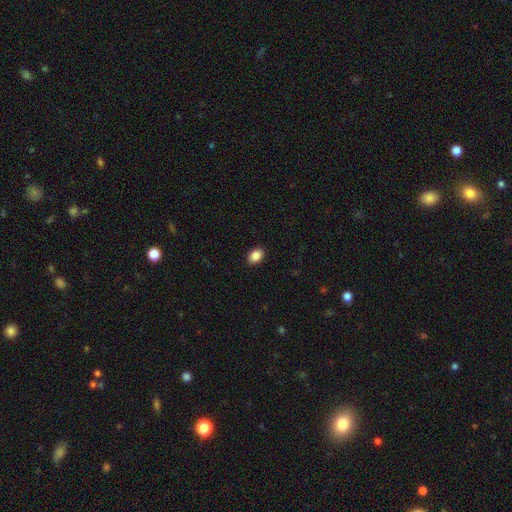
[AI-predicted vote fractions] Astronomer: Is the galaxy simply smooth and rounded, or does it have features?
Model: smooth — 88%.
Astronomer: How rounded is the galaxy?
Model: in between — 72%.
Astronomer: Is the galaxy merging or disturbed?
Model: none — 91%.